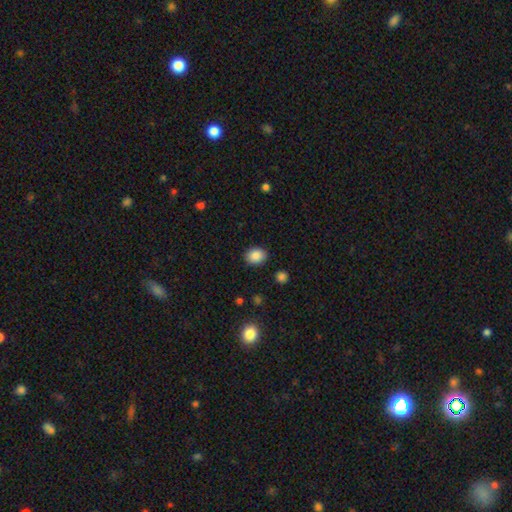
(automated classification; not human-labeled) smooth-or-featured: smooth: 87% | star or artifact: 9% | featured or disk: 4%
  how-rounded: round: 60% | in between: 39% | cigar-shaped: 1%
  merging: none: 88% | minor disturbance: 8% | major disturbance: 3% | merger: 2%